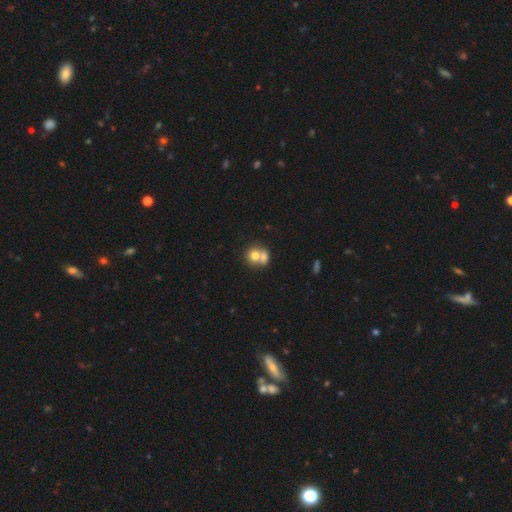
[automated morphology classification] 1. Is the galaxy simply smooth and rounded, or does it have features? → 72% smooth, 18% featured or disk, 9% star or artifact.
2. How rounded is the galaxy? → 75% round, 24% in between, 1% cigar-shaped.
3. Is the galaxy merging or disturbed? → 62% merger, 28% none, 6% minor disturbance, 3% major disturbance.